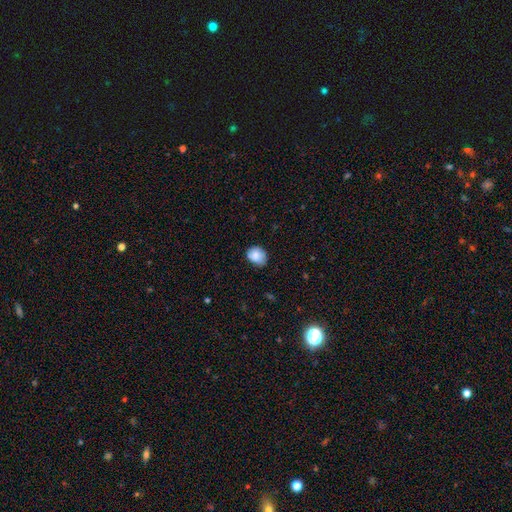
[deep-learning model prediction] smooth 82%, featured or disk 10%, star or artifact 8%. Down the decision tree: how rounded — round (53%); merging — none (68%).